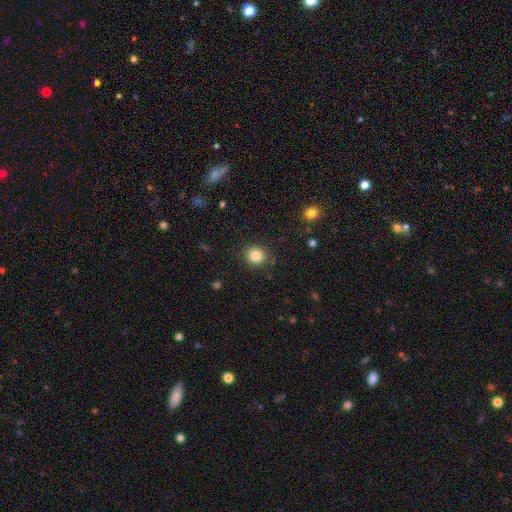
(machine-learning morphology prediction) A smooth galaxy with no disk features (84%) that is round (86%). Merging: none (86%).